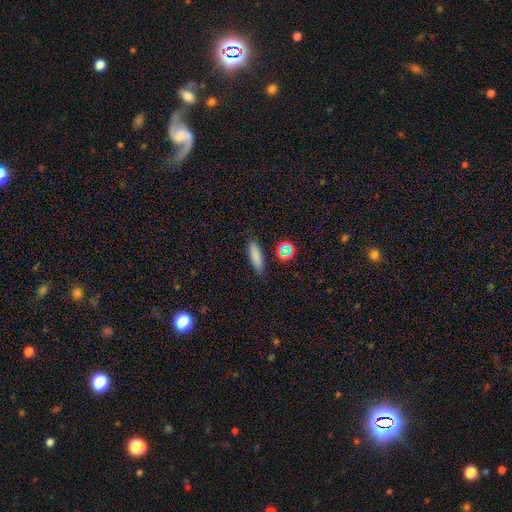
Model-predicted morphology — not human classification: The model was most divided on "how rounded": cigar-shaped: 62%, in between: 35%, round: 3%. More confident: merging — none (85%); smooth or featured — smooth (80%).